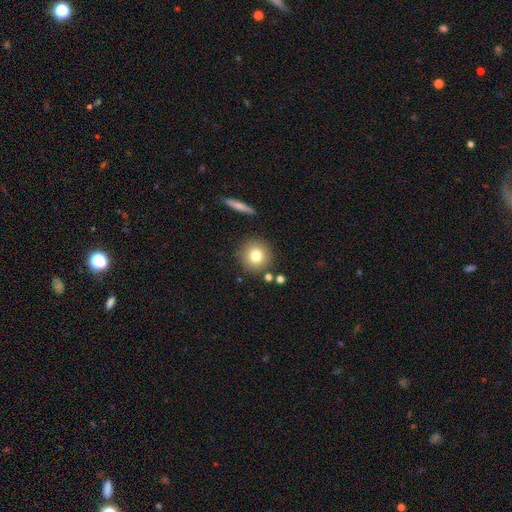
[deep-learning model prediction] Smooth or featured: smooth — 77% (featured or disk — 12%)
How rounded: round — 93% (in between — 6%)
Merging: none — 85% (minor disturbance — 8%)